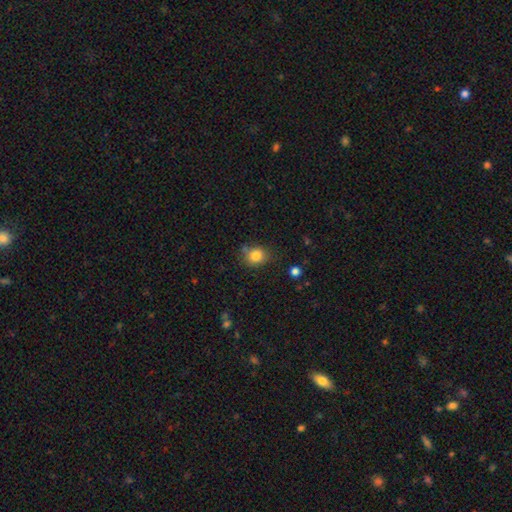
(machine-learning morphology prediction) This is clearly a smooth galaxy (83%). How rounded: likely round (70%). Merging: likely none (72%).